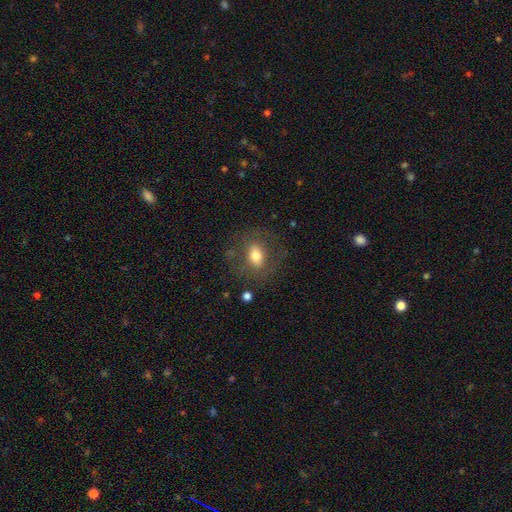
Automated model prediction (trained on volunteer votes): Q: Smooth or featured?
A: smooth (64%); runner-up: featured or disk (27%)
Q: How rounded?
A: in between (64%); runner-up: round (34%)
Q: Merging?
A: none (71%); runner-up: minor disturbance (16%)